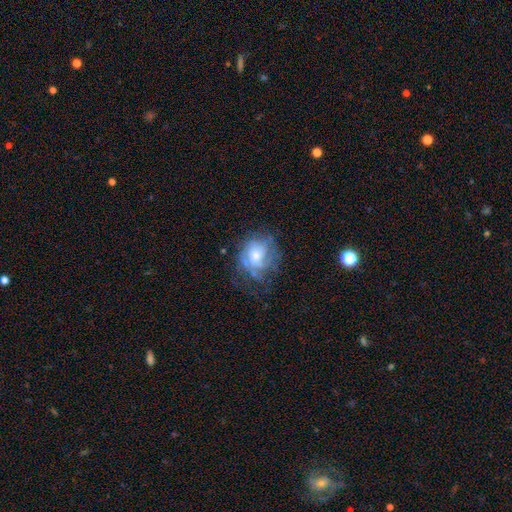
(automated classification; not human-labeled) Overall: featured or disk (67%). Edge-on disk: no (97%). Bar: no (76%). Spiral arms: yes (80%). Spiral arm count: can't tell (52%; 2 16%). Spiral winding: tight (55%; medium 32%). Bulge size: small (48%; moderate 39%). Merging: none (56%; minor disturbance 23%).